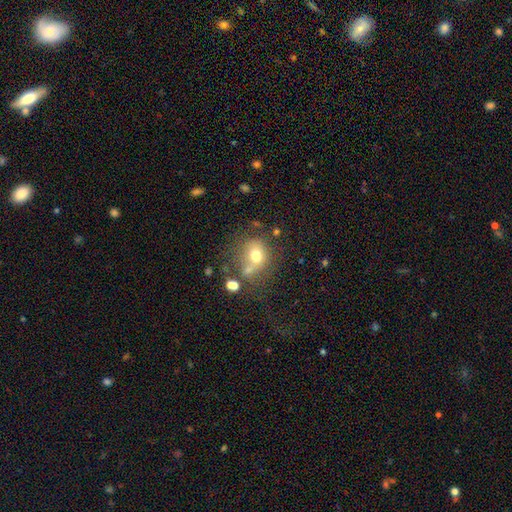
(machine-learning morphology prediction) Smooth or featured? Predicted: smooth (p=0.62). How rounded? Predicted: round (p=0.68). Merging? Predicted: none (p=0.45).